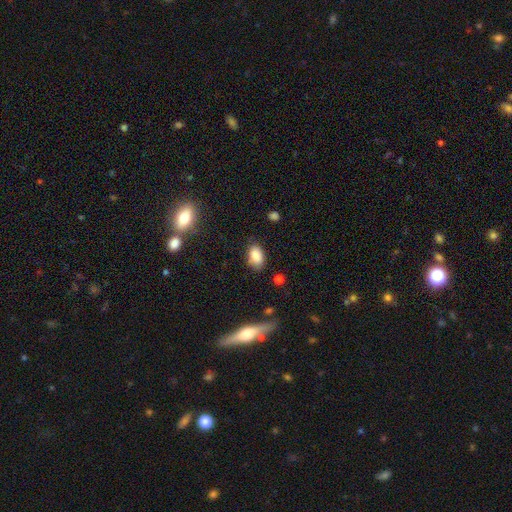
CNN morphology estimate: Smooth or featured? smooth (84%)
How rounded? in between (89%)
Merging? none (74%)